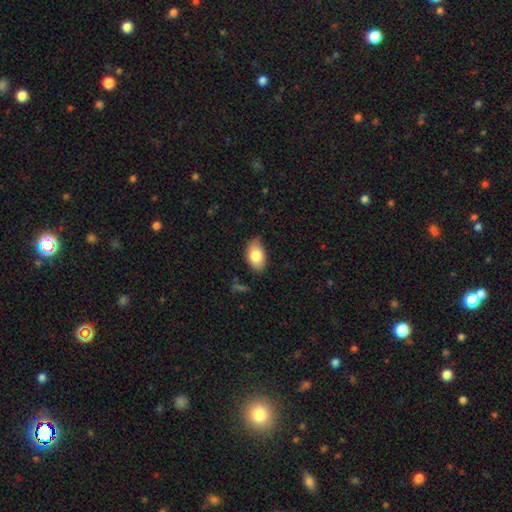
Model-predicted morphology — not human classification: The model was most divided on "merging": none: 75%, minor disturbance: 21%, major disturbance: 3%, merger: 1%. More confident: how rounded — in between (91%); smooth or featured — smooth (82%).